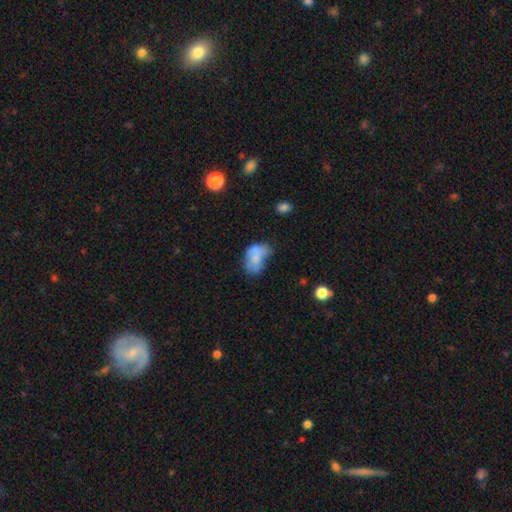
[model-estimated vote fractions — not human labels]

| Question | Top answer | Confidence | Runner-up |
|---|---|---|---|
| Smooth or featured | smooth | 63% | featured or disk (27%) |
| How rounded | in between | 86% | round (12%) |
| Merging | minor disturbance | 30% | none (29%) |